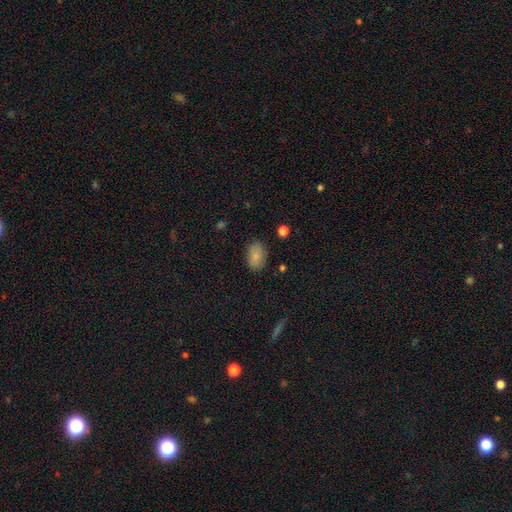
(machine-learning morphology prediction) Smooth or featured?
  - smooth: 84% *
  - star or artifact: 8%
  - featured or disk: 7%
How rounded?
  - in between: 88% *
  - round: 11%
  - cigar-shaped: 1%
Merging?
  - none: 83% *
  - minor disturbance: 13%
  - major disturbance: 3%
  - merger: 1%